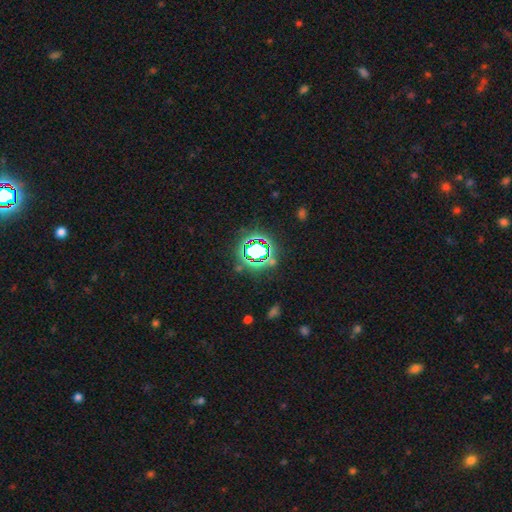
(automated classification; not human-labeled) The model was most divided on "smooth or featured": star or artifact: 74%, smooth: 16%, featured or disk: 10%.